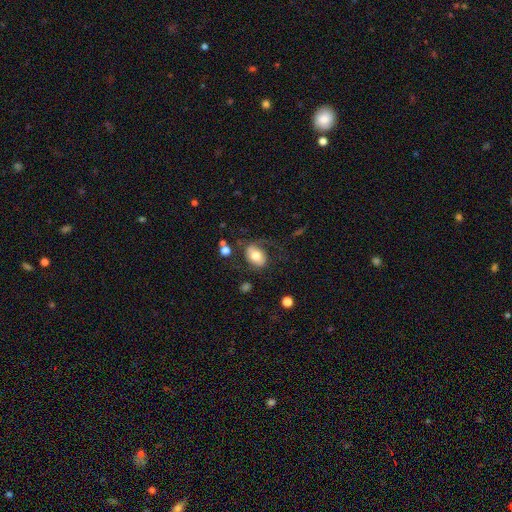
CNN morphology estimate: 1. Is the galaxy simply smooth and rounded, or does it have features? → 61% smooth, 31% featured or disk, 8% star or artifact.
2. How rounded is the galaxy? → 79% in between, 20% round, 1% cigar-shaped.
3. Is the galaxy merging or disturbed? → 56% none, 21% major disturbance, 20% minor disturbance, 4% merger.